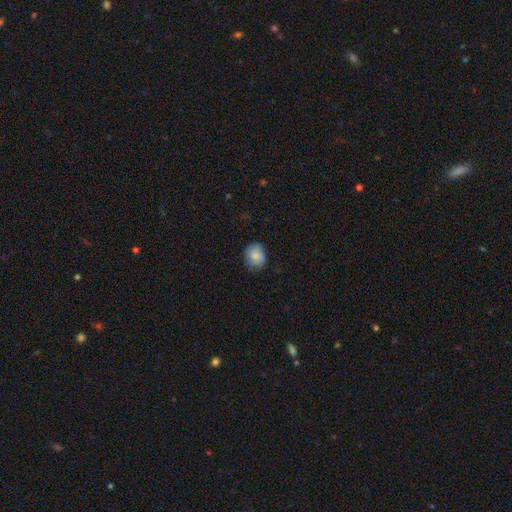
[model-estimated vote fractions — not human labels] Smooth or featured? smooth (78%)
How rounded? round (62%)
Merging? none (67%)